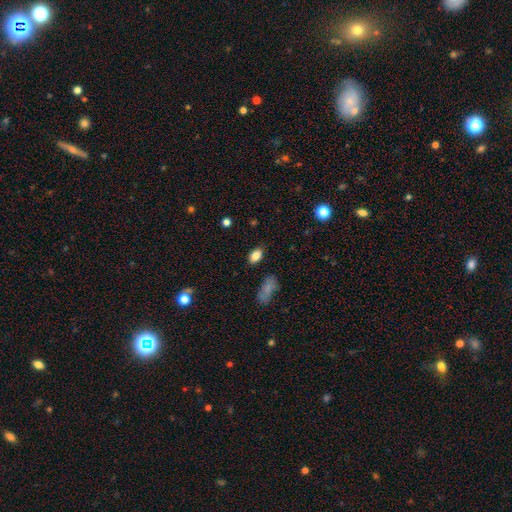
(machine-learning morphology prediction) smooth_or_featured: smooth (p=0.84) [alt: star or artifact p=0.09]
how_rounded: in between (p=0.88) [alt: round p=0.10]
merging: none (p=0.84) [alt: minor disturbance p=0.11]